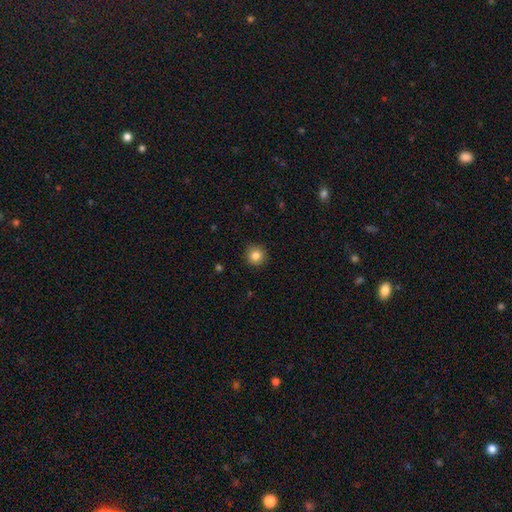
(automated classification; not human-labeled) A smooth galaxy with no disk features (84%) that is round (94%). Merging: none (91%).